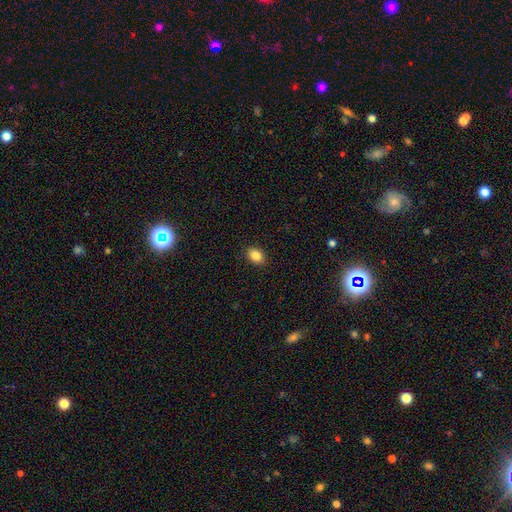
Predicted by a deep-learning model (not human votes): smooth_or_featured: smooth (p=0.85) [alt: star or artifact p=0.09]
how_rounded: in between (p=0.71) [alt: round p=0.27]
merging: none (p=0.90) [alt: minor disturbance p=0.07]